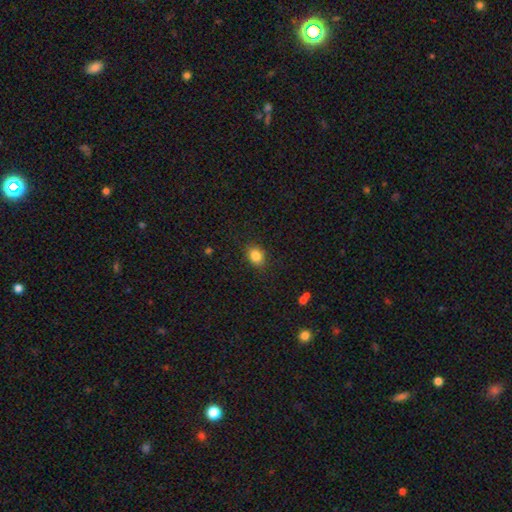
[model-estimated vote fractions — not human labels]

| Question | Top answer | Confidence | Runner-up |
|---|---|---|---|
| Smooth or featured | smooth | 85% | star or artifact (10%) |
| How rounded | in between | 53% | round (46%) |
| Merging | none | 85% | minor disturbance (10%) |